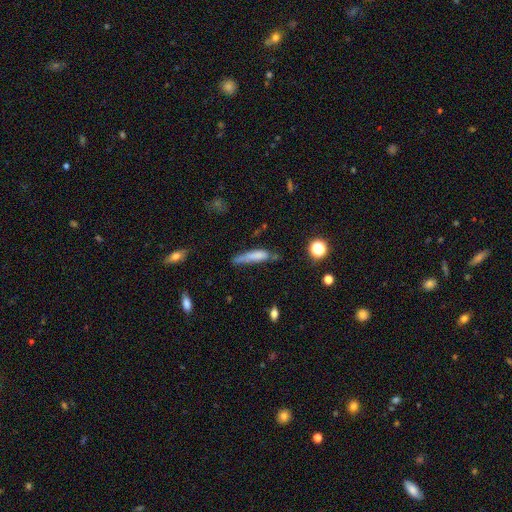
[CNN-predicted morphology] This is likely a smooth galaxy (69%). How rounded: clearly cigar-shaped (82%). Merging: marginally none (42%).